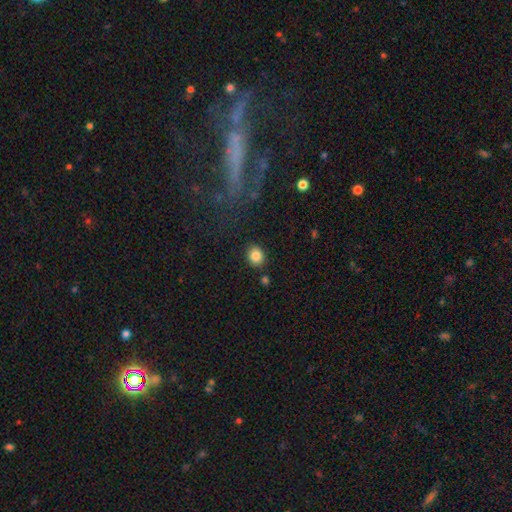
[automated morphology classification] This is clearly a smooth galaxy (85%). How rounded: likely round (72%). Merging: clearly none (87%).